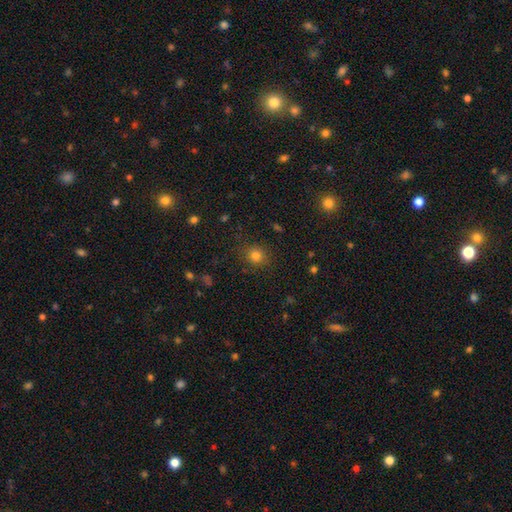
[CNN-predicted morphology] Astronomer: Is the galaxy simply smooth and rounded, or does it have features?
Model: smooth — 80%.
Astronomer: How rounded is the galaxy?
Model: round — 86%.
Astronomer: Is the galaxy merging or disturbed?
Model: none — 86%.